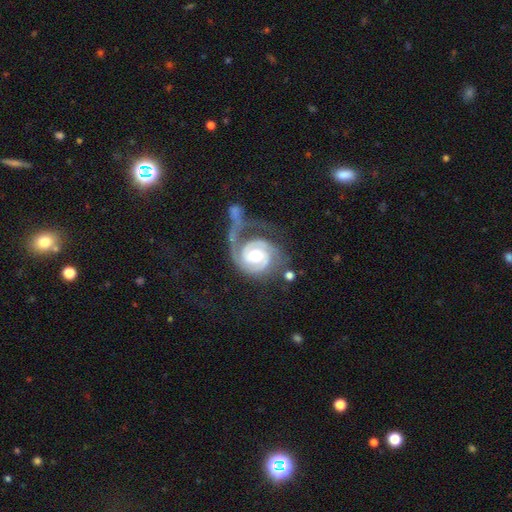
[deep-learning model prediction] This appears to be a featured or disk galaxy (90%) with no bar (50%), 2 (70%) tight (63%) spiral arms (98%) and a moderate central bulge (67%). Merging: major disturbance (38%).